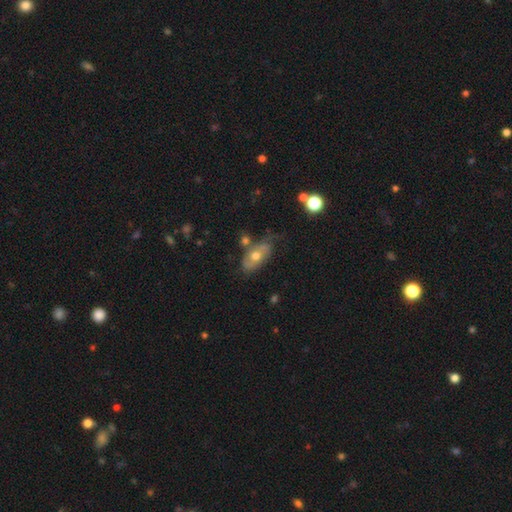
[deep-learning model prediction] Smooth or featured? smooth (50%)
Merging? none (54%)